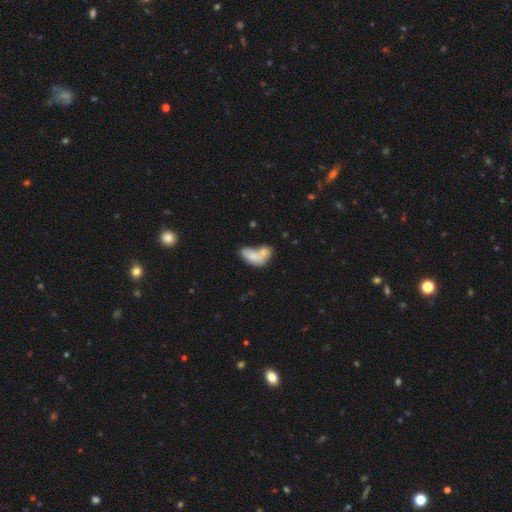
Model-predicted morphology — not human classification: smooth-or-featured: smooth: 74% | featured or disk: 18% | star or artifact: 8%
  how-rounded: in between: 89% | cigar-shaped: 5% | round: 5%
  merging: merger: 61% | none: 21% | minor disturbance: 11% | major disturbance: 8%